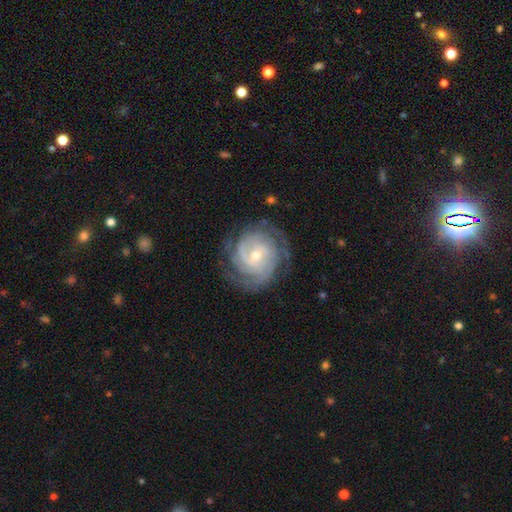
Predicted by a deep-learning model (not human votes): This appears to be a featured or disk galaxy (87%) with no bar (49%), tight (73%) spiral arms (97%) and a small central bulge (52%). Merging: none (77%).